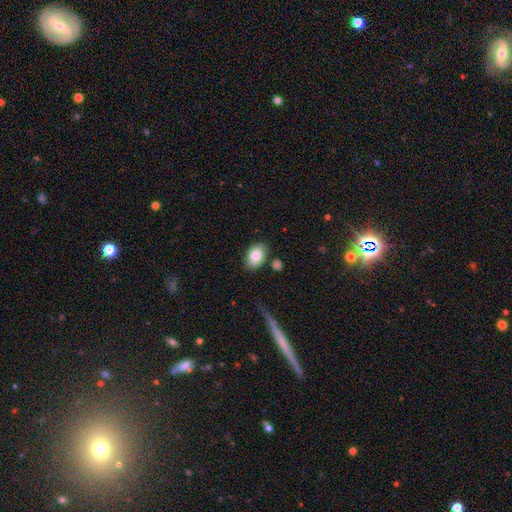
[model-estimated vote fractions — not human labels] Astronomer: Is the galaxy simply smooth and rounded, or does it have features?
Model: smooth — 82%.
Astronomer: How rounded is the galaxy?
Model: in between — 85%.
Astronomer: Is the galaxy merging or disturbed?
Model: none — 80%.